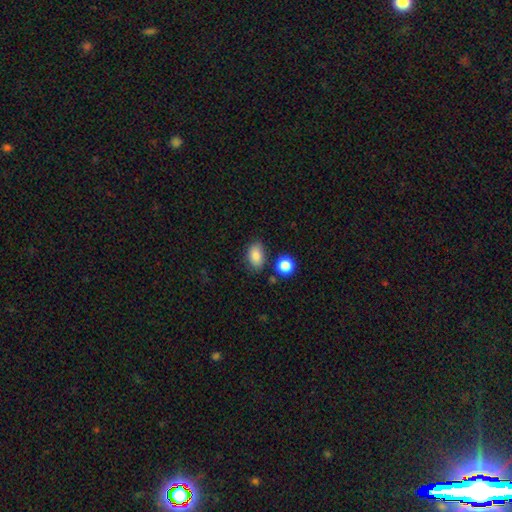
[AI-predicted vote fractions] Smooth or featured: smooth — 85% (star or artifact — 9%)
How rounded: in between — 86% (round — 12%)
Merging: none — 78% (minor disturbance — 14%)